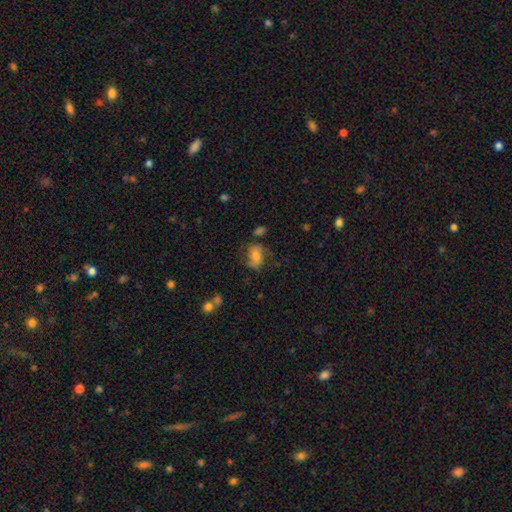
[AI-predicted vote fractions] smooth-or-featured: featured or disk: 57% | smooth: 33% | star or artifact: 10%
  disk-edge-on: no: 96% | yes: 4%
    bar: no: 51% | weak: 35% | strong: 14%
    has-spiral-arms: yes: 87% | no: 13%
    bulge-size: moderate: 59% | small: 27% | large: 9% | none: 3% | dominant: 2%
  merging: none: 65% | minor disturbance: 20% | major disturbance: 12% | merger: 3%